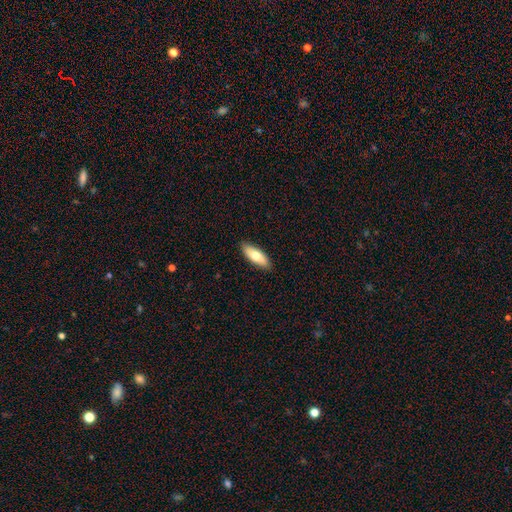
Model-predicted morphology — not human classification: Overall: smooth (73%). How rounded: in between (71%). Merging: none (89%).